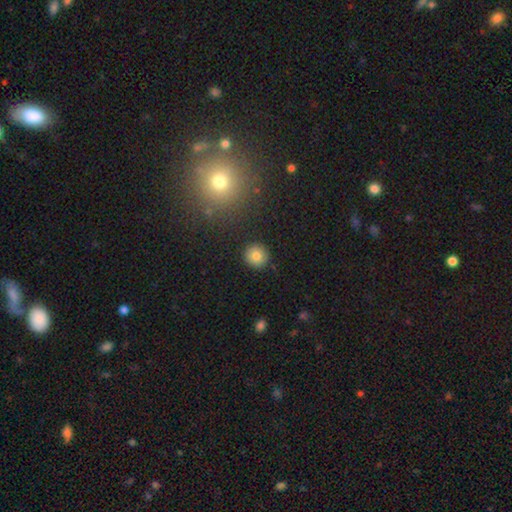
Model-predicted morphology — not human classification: smooth 80%, star or artifact 10%, featured or disk 10%. Down the decision tree: how rounded — round (93%); merging — none (91%).